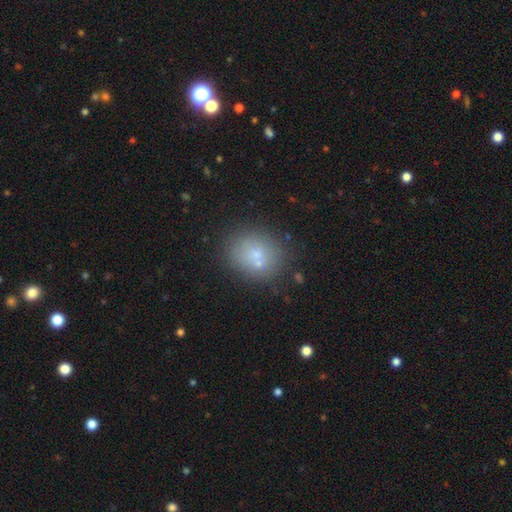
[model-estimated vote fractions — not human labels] Smooth or featured? Predicted: smooth (p=0.65). How rounded? Predicted: round (p=0.75). Merging? Predicted: none (p=0.63).